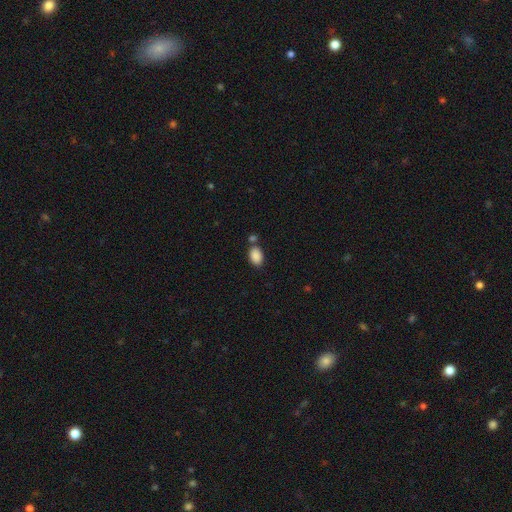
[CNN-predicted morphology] Smooth or featured: smooth — 89% (star or artifact — 8%)
How rounded: in between — 88% (round — 11%)
Merging: none — 66% (merger — 18%)